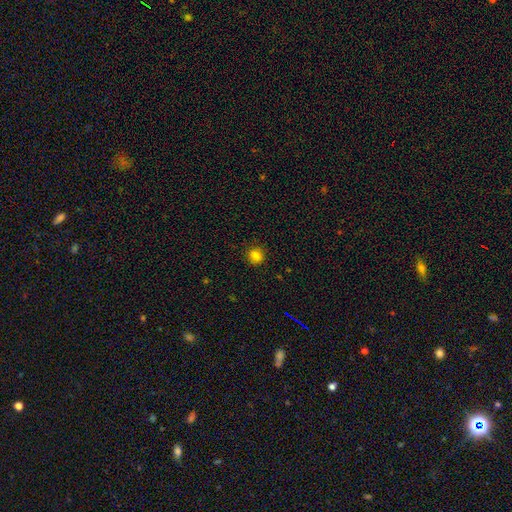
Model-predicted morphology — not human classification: Smooth or featured? smooth (83%)
How rounded? round (86%)
Merging? none (90%)